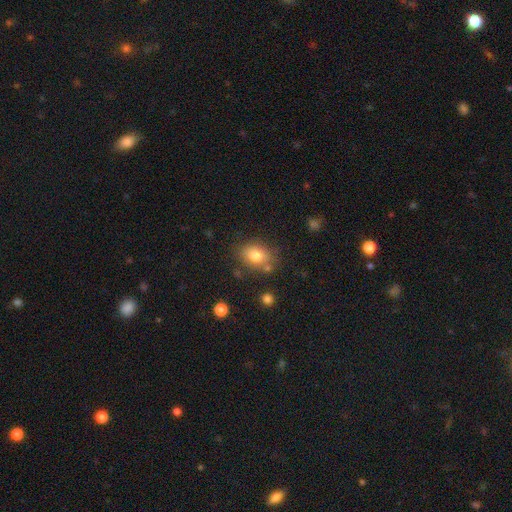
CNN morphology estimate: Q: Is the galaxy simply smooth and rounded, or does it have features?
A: smooth — 80%.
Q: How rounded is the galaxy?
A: in between — 68%.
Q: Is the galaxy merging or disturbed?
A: none — 74%.